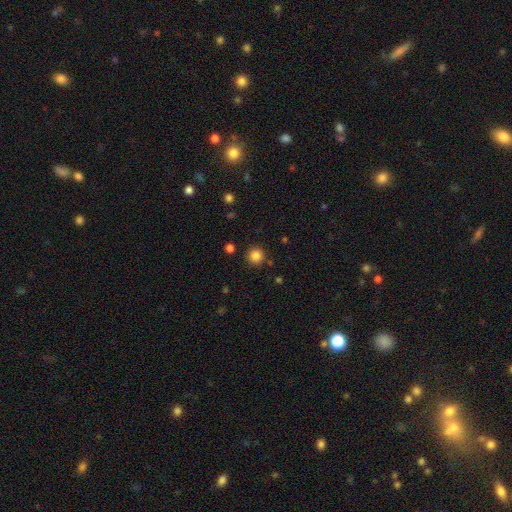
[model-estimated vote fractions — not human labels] This is clearly a smooth galaxy (84%). How rounded: clearly round (95%). Merging: clearly none (89%).